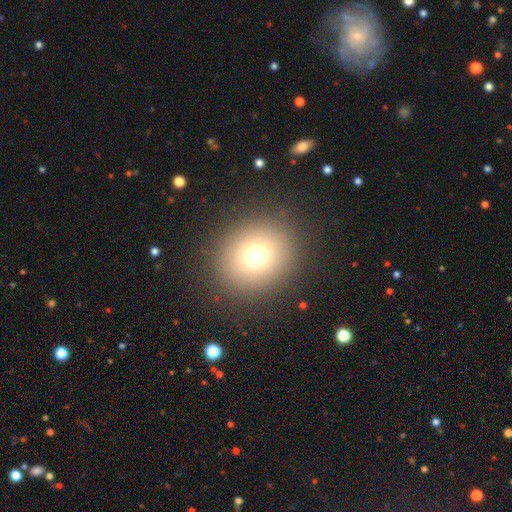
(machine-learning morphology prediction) The model was most divided on "smooth or featured": smooth: 73%, star or artifact: 17%, featured or disk: 10%. More confident: merging — none (89%); how rounded — round (79%).